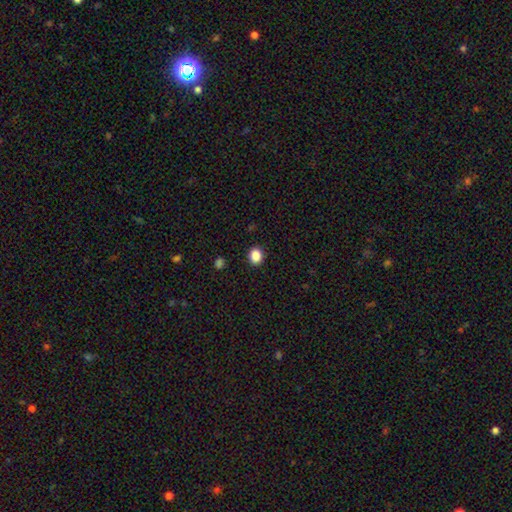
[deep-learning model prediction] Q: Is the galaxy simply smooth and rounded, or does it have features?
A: smooth — 87%.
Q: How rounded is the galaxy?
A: round — 66%.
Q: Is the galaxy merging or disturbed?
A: none — 91%.